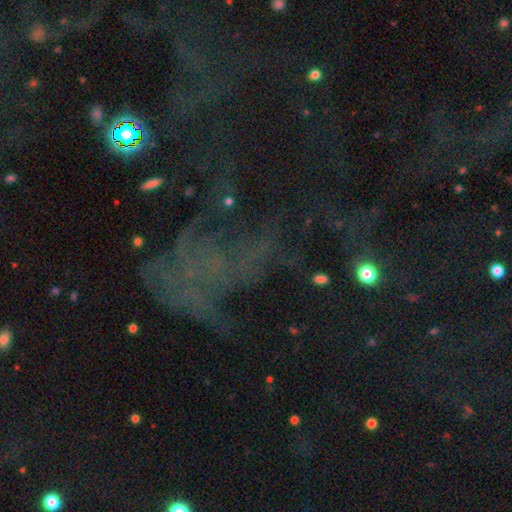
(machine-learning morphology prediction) type=star or artifact (57%).